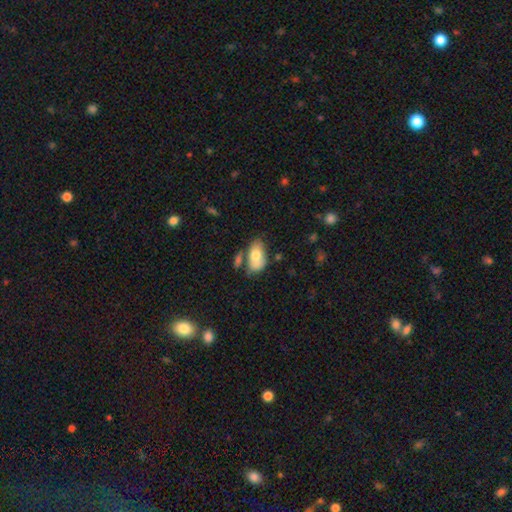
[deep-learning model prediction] A smooth galaxy with no disk features (70%) that is in between round and cigar-shaped (91%).

Vote fractions:
- Smooth or featured? smooth: 70% / featured or disk: 23% / star or artifact: 7%
- How rounded? in between: 91% / round: 7% / cigar-shaped: 2%
- Merging? none: 44% / minor disturbance: 24% / merger: 22% / major disturbance: 10%